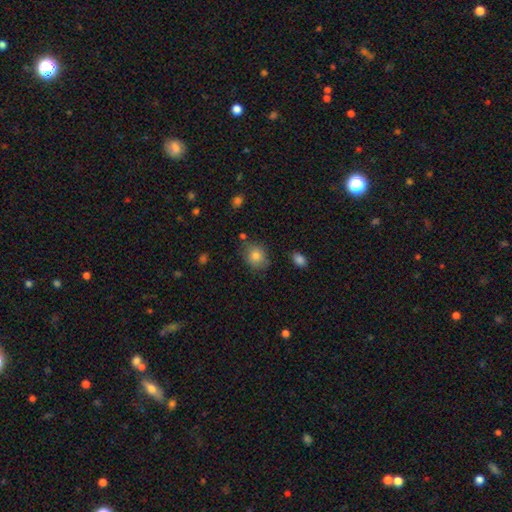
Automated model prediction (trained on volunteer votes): Smooth or featured?
  - smooth: 81% *
  - star or artifact: 10%
  - featured or disk: 9%
How rounded?
  - round: 61% *
  - in between: 38%
  - cigar-shaped: 1%
Merging?
  - none: 76% *
  - minor disturbance: 17%
  - major disturbance: 4%
  - merger: 4%